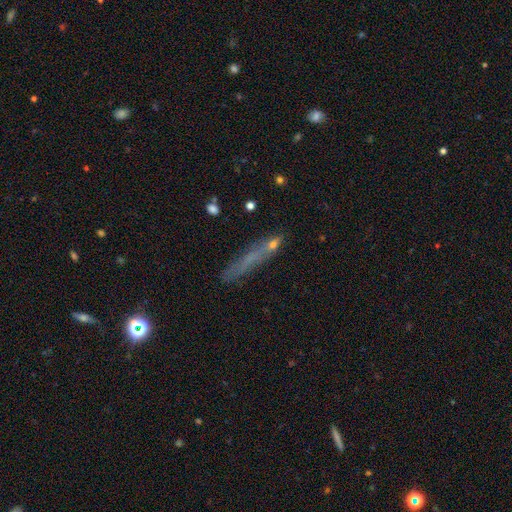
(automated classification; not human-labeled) Smooth or featured: smooth — 49% (featured or disk — 31%)
Merging: none — 70% (minor disturbance — 16%)